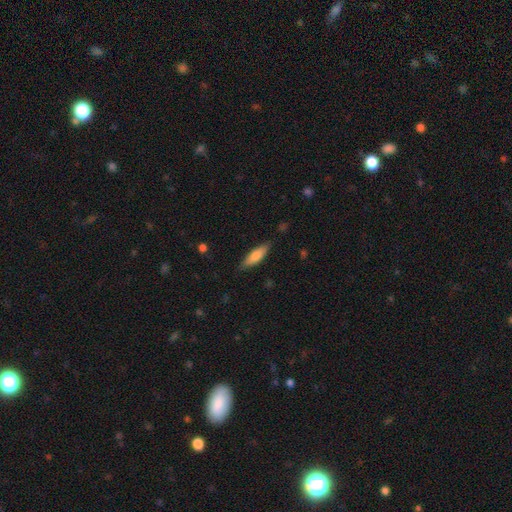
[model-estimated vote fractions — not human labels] smooth 76%, featured or disk 18%, star or artifact 6%. Down the decision tree: how rounded — cigar-shaped (55%); merging — none (82%).